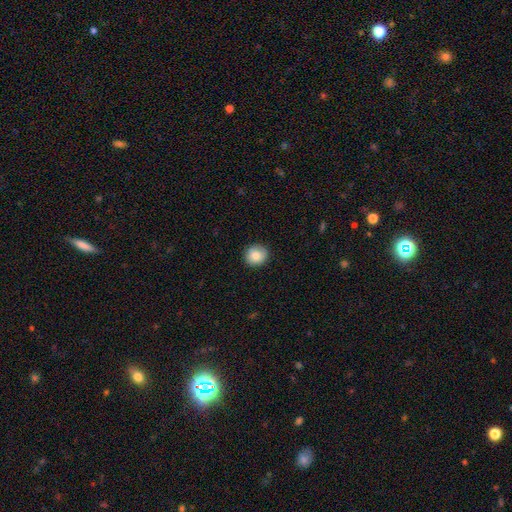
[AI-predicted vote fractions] Smooth or featured? smooth (85%)
How rounded? round (87%)
Merging? none (89%)